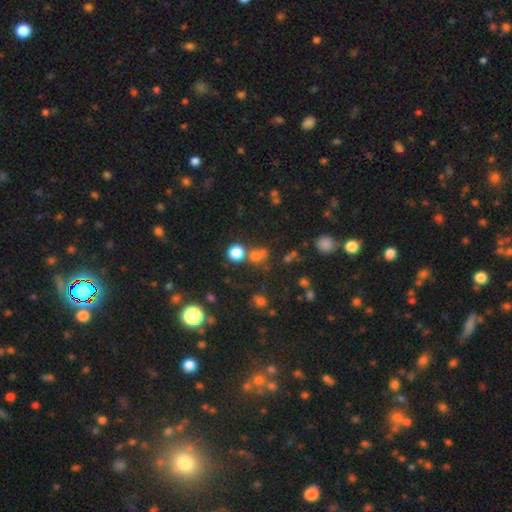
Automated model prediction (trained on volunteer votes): Morphology: type=smooth (65%); roundness=round (87%); merging=none (59%).